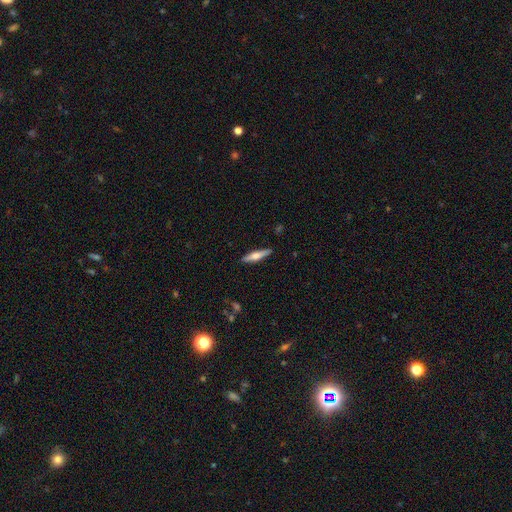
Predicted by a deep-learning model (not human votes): Smooth or featured? smooth (48%)
Merging? none (90%)